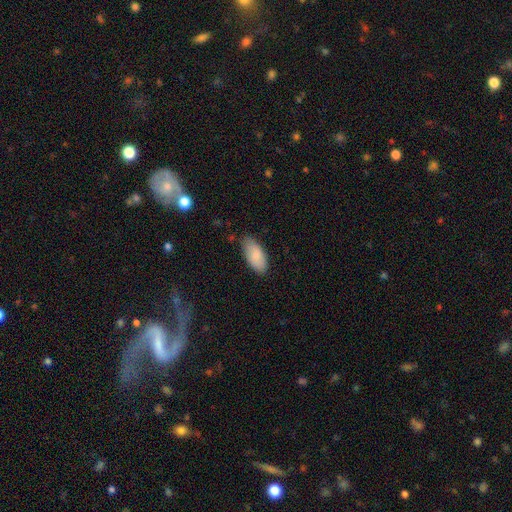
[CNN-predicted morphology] This appears to be a smooth galaxy with no disk features (86%) that is in between round and cigar-shaped (91%). Merging: none (78%).